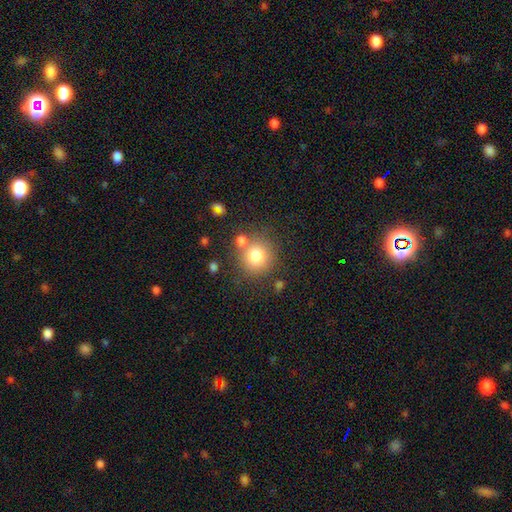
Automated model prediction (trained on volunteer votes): smooth_or_featured: smooth (p=0.79) [alt: star or artifact p=0.11]
how_rounded: round (p=0.90) [alt: in between p=0.09]
merging: none (p=0.70) [alt: merger p=0.15]